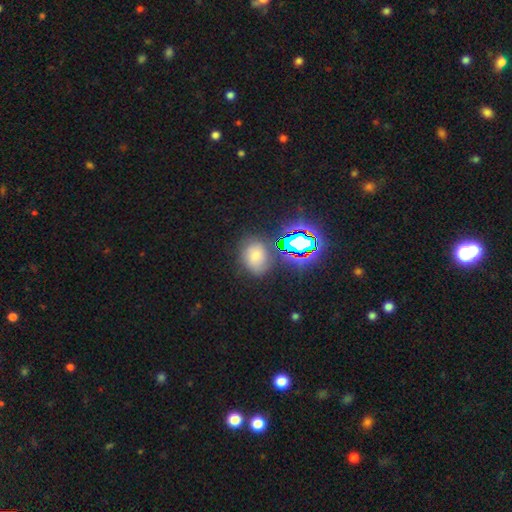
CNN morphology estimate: Smooth or featured? Predicted: smooth (p=0.60). How rounded? Predicted: round (p=0.53). Merging? Predicted: none (p=0.73).